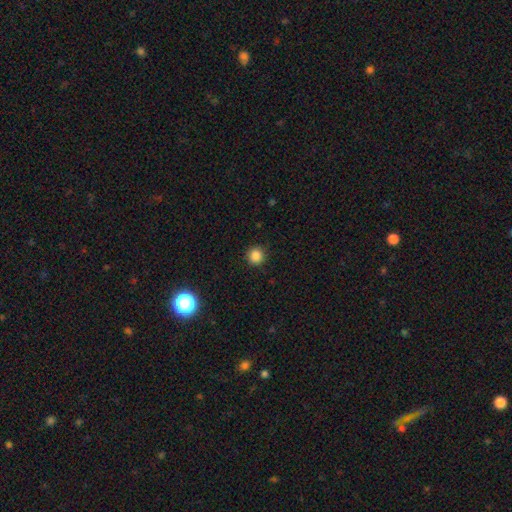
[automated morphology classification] A smooth galaxy with no disk features (86%) that is round (94%). Merging: none (91%).